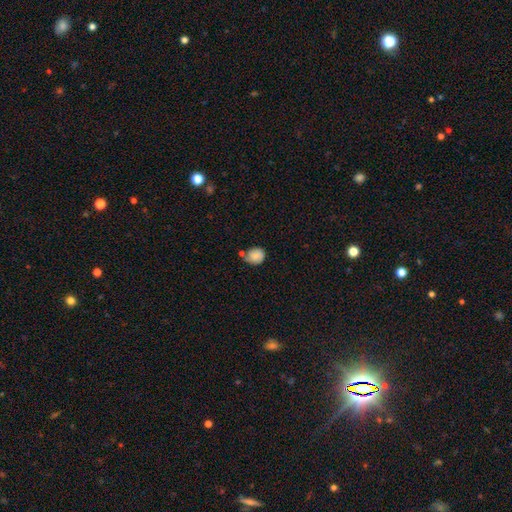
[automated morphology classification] Smooth or featured? smooth (80%)
How rounded? round (68%)
Merging? none (47%)